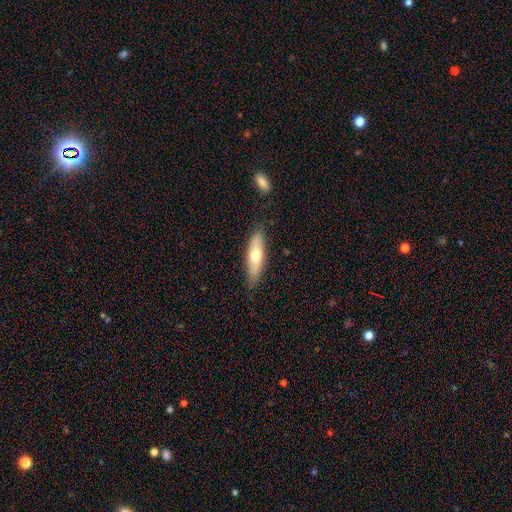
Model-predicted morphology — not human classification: Smooth or featured: smooth — 59% (featured or disk — 35%)
How rounded: cigar-shaped — 53% (in between — 45%)
Merging: none — 83% (minor disturbance — 13%)